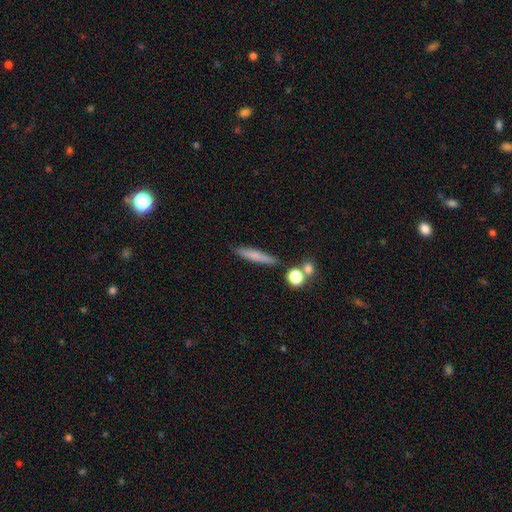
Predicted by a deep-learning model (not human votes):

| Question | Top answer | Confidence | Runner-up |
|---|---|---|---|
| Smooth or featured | smooth | 70% | featured or disk (21%) |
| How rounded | cigar-shaped | 89% | in between (8%) |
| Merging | none | 81% | minor disturbance (10%) |